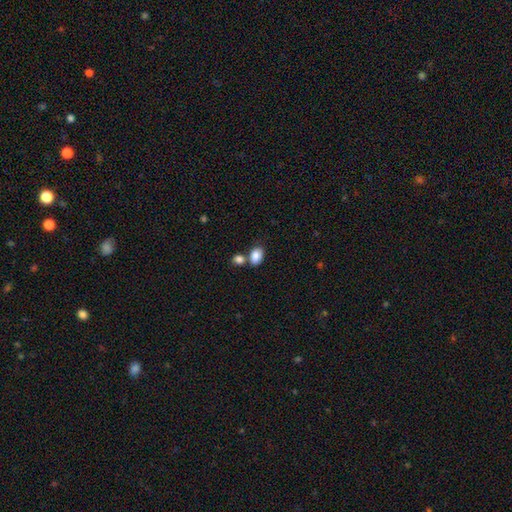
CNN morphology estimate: type=smooth (86%); roundness=in between (82%); merging=none (53%).